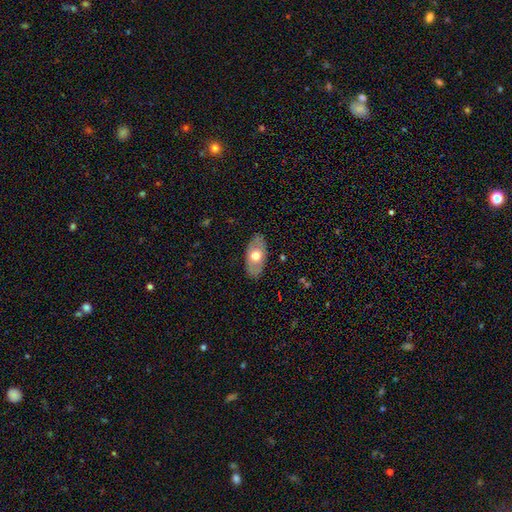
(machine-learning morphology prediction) Smooth or featured? Predicted: smooth (p=0.57). How rounded? Predicted: in between (p=0.91). Merging? Predicted: none (p=0.85).